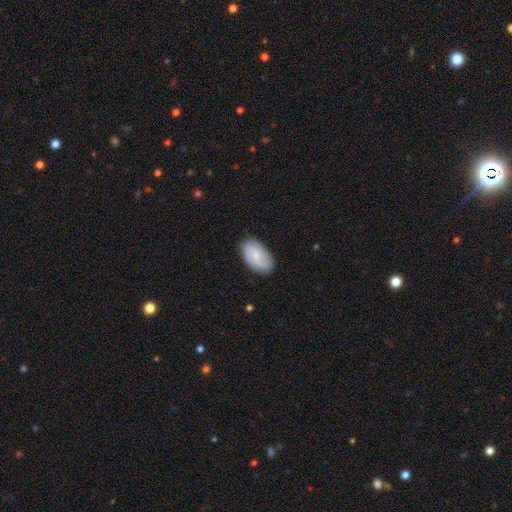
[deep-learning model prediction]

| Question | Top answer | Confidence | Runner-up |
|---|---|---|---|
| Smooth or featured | smooth | 58% | featured or disk (36%) |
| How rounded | in between | 93% | round (6%) |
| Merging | none | 82% | minor disturbance (14%) |